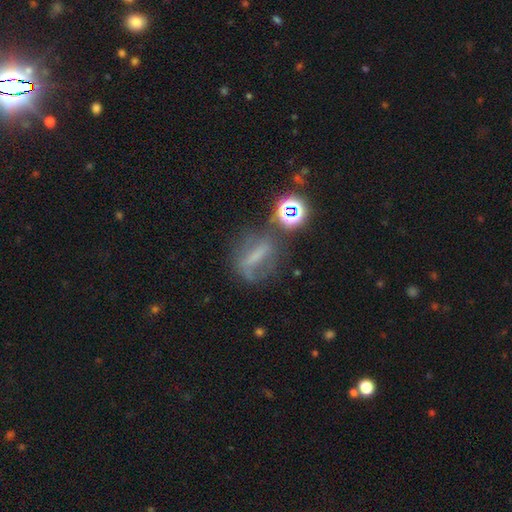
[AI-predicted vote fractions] Overall: featured or disk (41%; smooth 31%). Merging: none (52%; minor disturbance 21%).